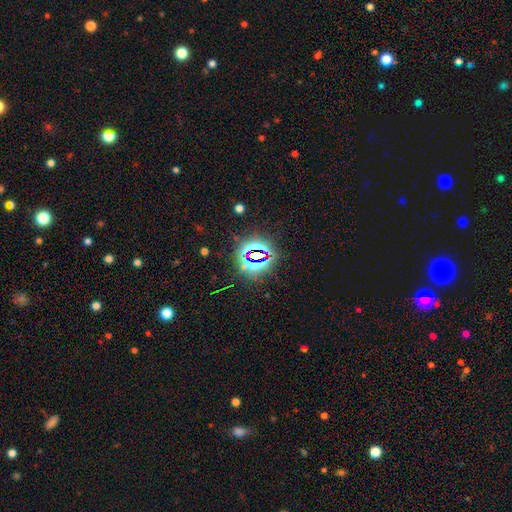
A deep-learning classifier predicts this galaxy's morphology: The model was most divided on "smooth or featured": star or artifact: 76%, smooth: 15%, featured or disk: 9%.